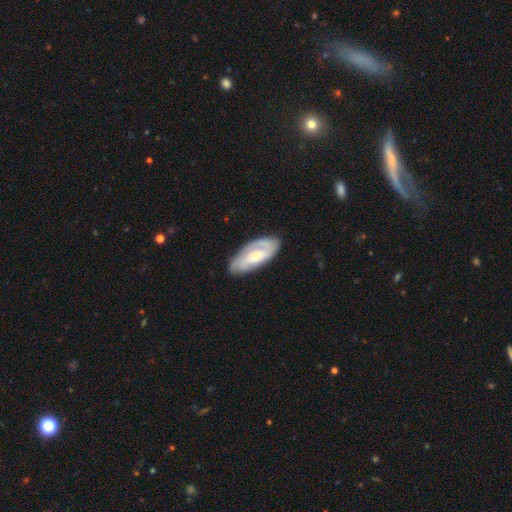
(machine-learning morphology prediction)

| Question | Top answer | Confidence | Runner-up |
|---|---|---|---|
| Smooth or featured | featured or disk | 60% | smooth (34%) |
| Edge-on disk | no | 90% | yes (10%) |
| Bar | no | 58% | weak (33%) |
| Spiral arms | yes | 86% | no (14%) |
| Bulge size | small | 38% | moderate (37%) |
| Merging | none | 73% | minor disturbance (20%) |